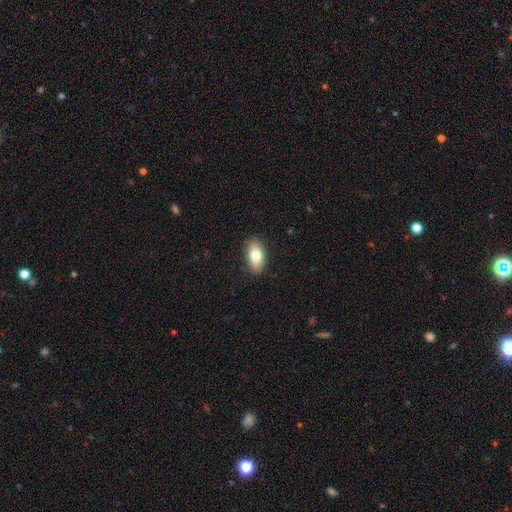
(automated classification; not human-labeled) Smooth or featured? Predicted: smooth (p=0.79). How rounded? Predicted: in between (p=0.90). Merging? Predicted: none (p=0.88).